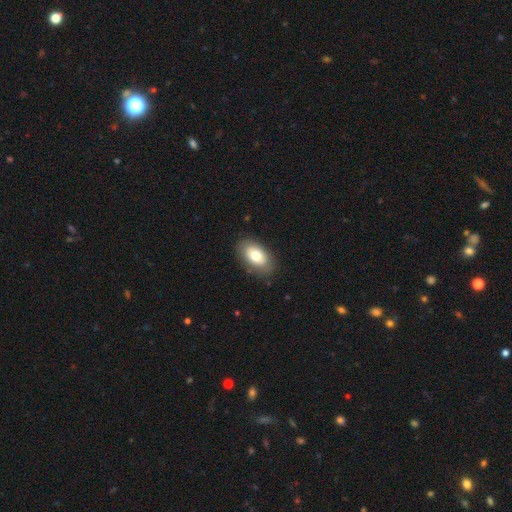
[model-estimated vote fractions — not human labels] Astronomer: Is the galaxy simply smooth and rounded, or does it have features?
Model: smooth — 73%.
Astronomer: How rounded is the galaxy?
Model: in between — 91%.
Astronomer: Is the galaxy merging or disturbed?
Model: none — 84%.